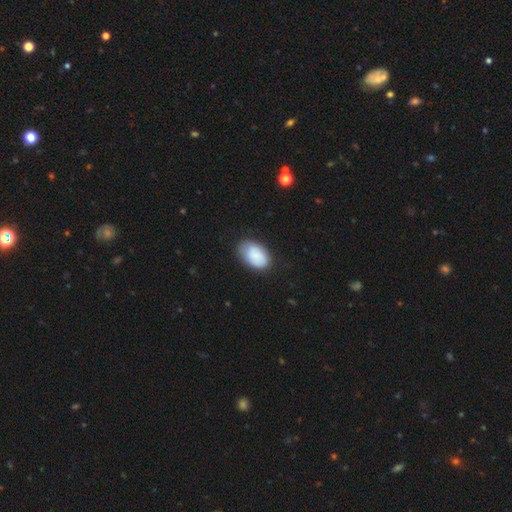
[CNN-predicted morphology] The model was most divided on "merging": none: 74%, minor disturbance: 20%, major disturbance: 4%, merger: 1%. More confident: how rounded — in between (91%); smooth or featured — smooth (82%).